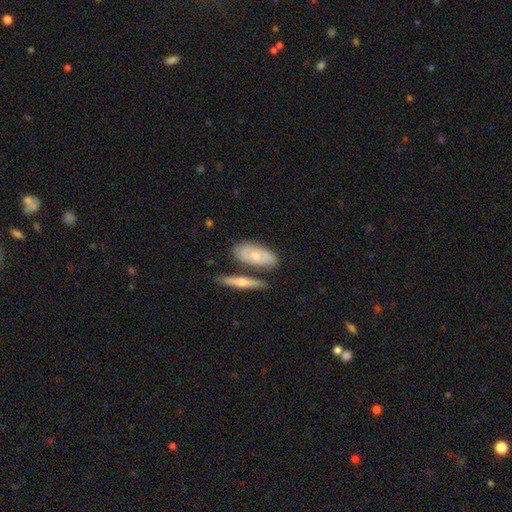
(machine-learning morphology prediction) Smooth or featured? smooth (54%)
How rounded? in between (78%)
Merging? none (63%)